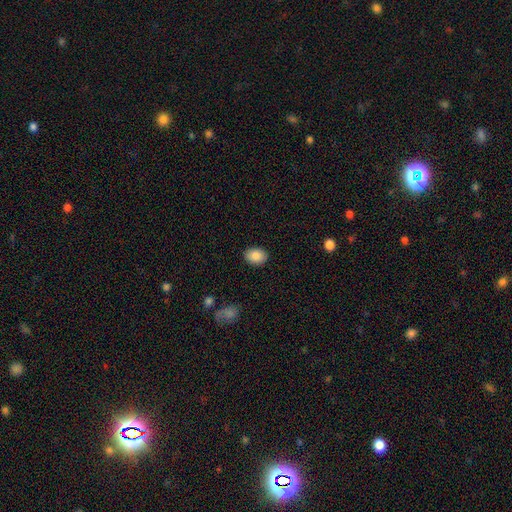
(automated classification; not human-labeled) A smooth galaxy with no disk features (87%) that is in between round and cigar-shaped (75%).

Vote fractions:
- Smooth or featured? smooth: 87% / star or artifact: 7% / featured or disk: 5%
- How rounded? in between: 75% / round: 24% / cigar-shaped: 1%
- Merging? none: 88% / minor disturbance: 9% / major disturbance: 2% / merger: 1%